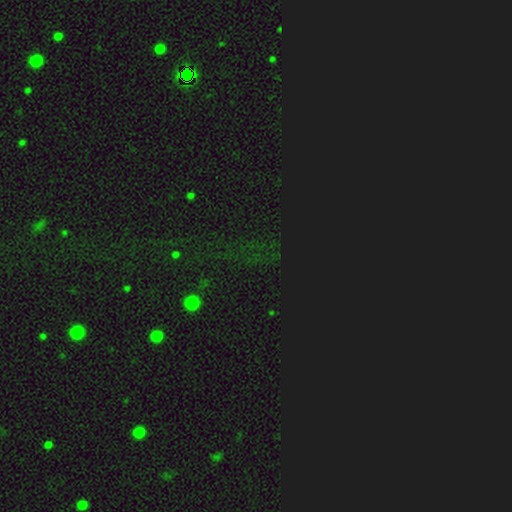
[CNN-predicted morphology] A star or artifact, not a galaxy (78%).

Vote fractions:
- Smooth or featured? star or artifact: 78% / smooth: 15% / featured or disk: 7%